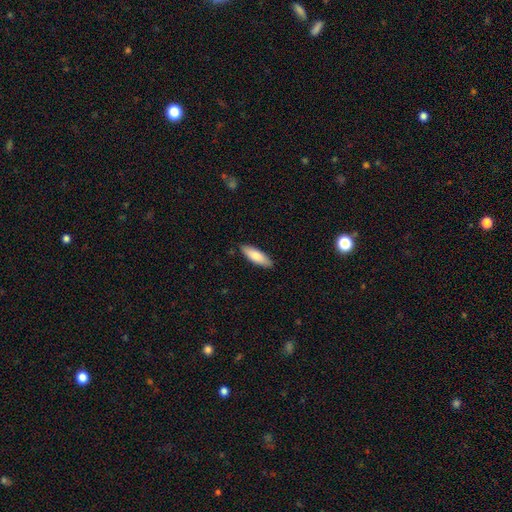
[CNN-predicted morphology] This appears to be a smooth galaxy with no disk features (80%) that is in between round and cigar-shaped (53%). Merging: none (88%).